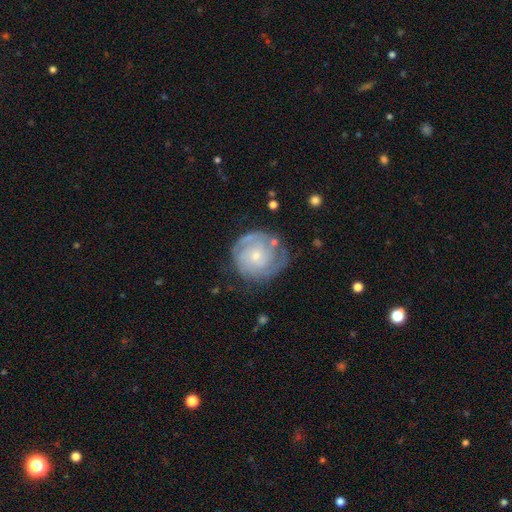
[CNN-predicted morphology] Smooth or featured? featured or disk (75%)
Edge-on disk? no (98%)
Bar? no (76%)
Spiral arms? yes (90%)
Spiral winding? tight (69%)
Spiral arm count? can't tell (36%)
Bulge size? small (65%)
Merging? none (69%)